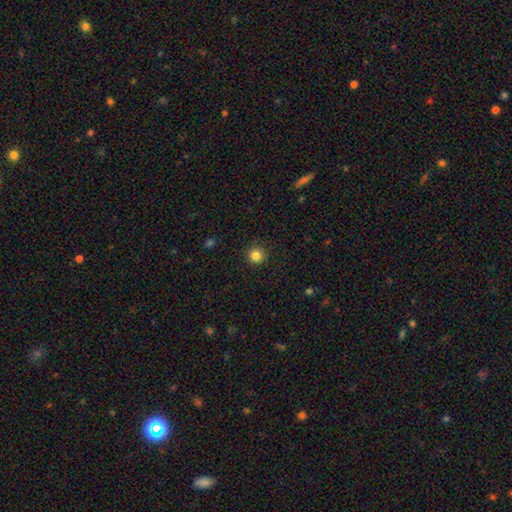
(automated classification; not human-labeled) Overall: smooth (84%). How rounded: round (95%). Merging: none (90%).